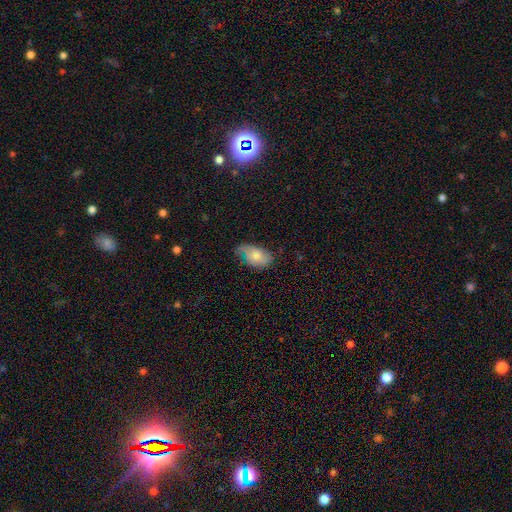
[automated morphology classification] Q: Smooth or featured?
A: smooth (62%); runner-up: featured or disk (31%)
Q: How rounded?
A: in between (91%); runner-up: round (7%)
Q: Merging?
A: none (48%); runner-up: minor disturbance (36%)